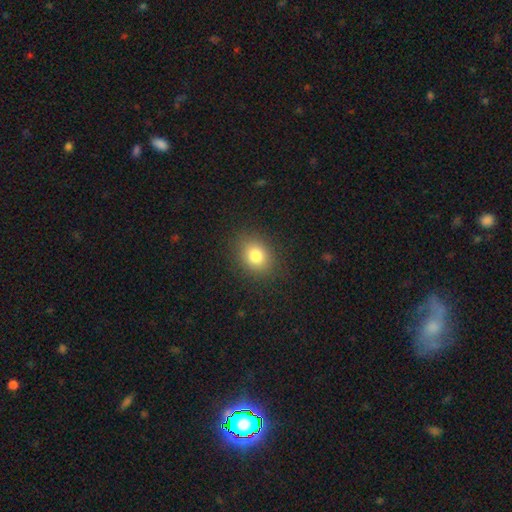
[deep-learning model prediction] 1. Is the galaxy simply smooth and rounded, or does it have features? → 80% smooth, 11% star or artifact, 8% featured or disk.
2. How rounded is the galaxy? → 52% round, 47% in between, 1% cigar-shaped.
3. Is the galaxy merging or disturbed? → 87% none, 9% minor disturbance, 3% major disturbance, 1% merger.